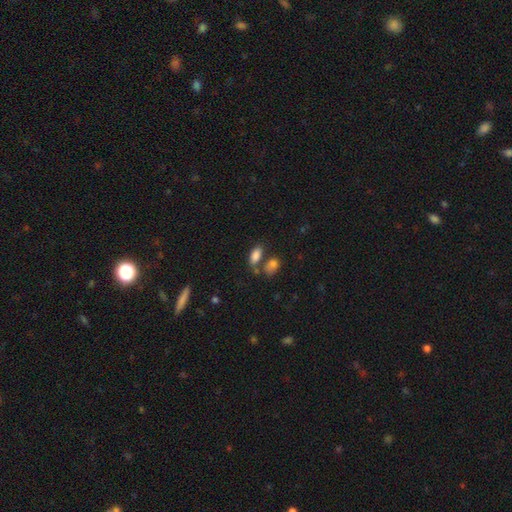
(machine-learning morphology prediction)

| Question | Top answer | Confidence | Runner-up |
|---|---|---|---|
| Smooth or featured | smooth | 84% | star or artifact (10%) |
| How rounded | in between | 89% | cigar-shaped (5%) |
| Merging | none | 56% | merger (25%) |